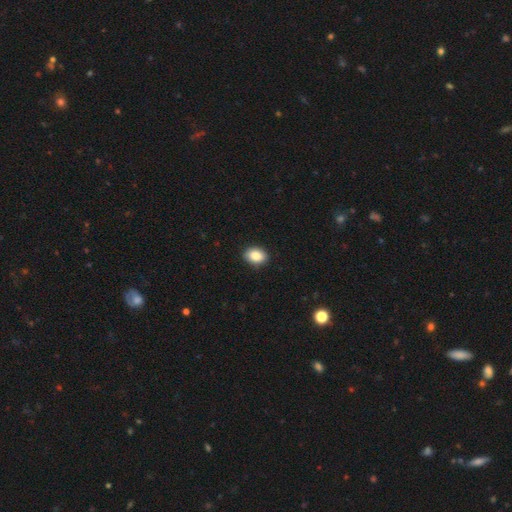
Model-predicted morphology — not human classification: Smooth or featured? smooth (86%)
How rounded? in between (73%)
Merging? none (90%)